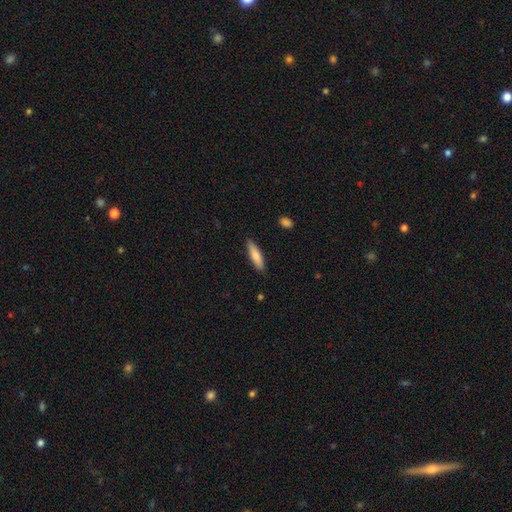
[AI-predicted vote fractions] smooth-or-featured: smooth: 79% | featured or disk: 15% | star or artifact: 6%
  how-rounded: cigar-shaped: 69% | in between: 29% | round: 2%
  merging: none: 87% | minor disturbance: 9% | major disturbance: 2% | merger: 1%